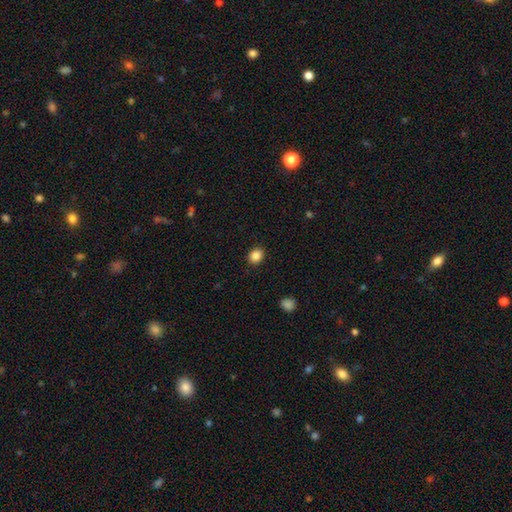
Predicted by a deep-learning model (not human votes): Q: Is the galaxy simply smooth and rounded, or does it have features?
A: smooth — 87%.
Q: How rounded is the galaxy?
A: round — 63%.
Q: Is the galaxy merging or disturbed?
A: none — 91%.